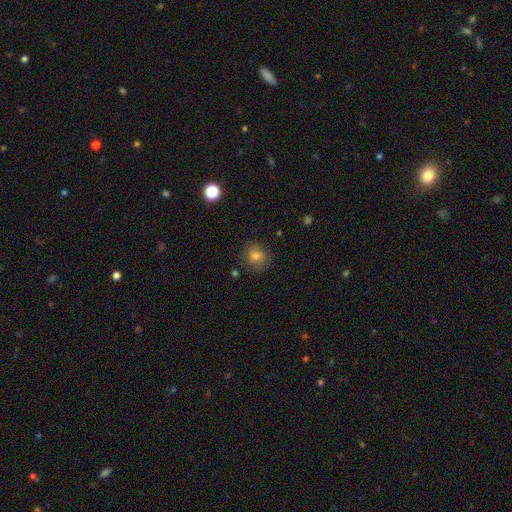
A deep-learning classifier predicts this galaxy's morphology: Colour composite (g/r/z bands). It shows a smooth galaxy with no disk features (73%) that is round (80%). Merging: none (81%).